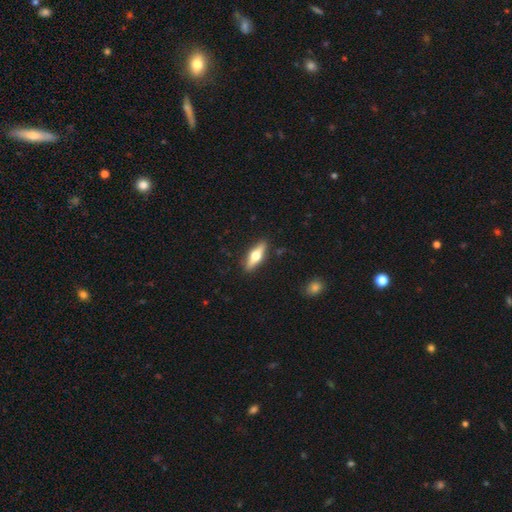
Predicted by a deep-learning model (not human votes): featured or disk 51%, smooth 43%, star or artifact 6%. Down the decision tree: edge-on disk — yes (91%); merging — none (89%).